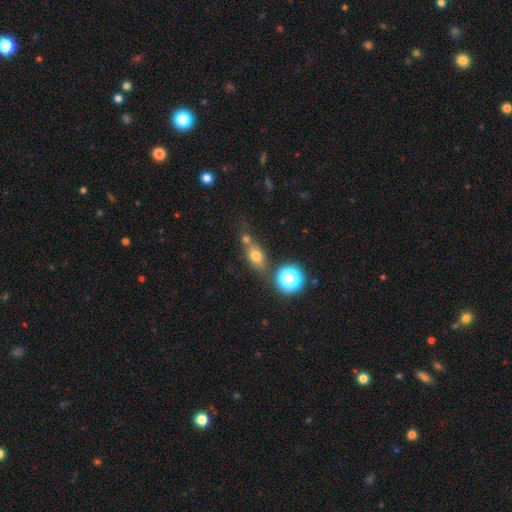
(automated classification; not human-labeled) Overall: smooth (66%). How rounded: in between (59%; round 33%). Merging: none (58%; merger 22%).